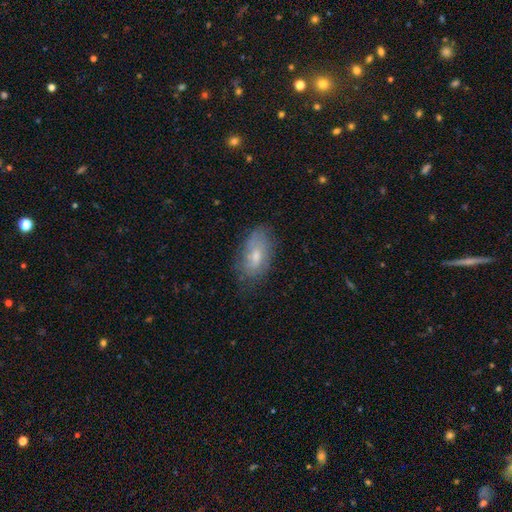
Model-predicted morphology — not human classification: A smooth galaxy with no disk features (58%) that is in between round and cigar-shaped (92%). Merging: none (65%).